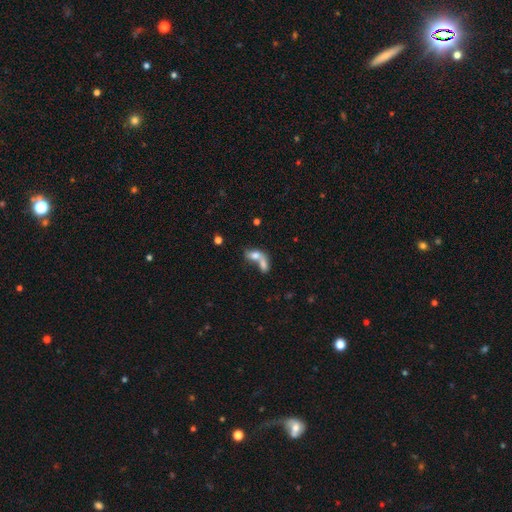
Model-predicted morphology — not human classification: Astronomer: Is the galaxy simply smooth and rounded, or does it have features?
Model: smooth — 70%.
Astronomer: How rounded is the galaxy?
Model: in between — 76%.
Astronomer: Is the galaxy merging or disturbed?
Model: merger — 74%.